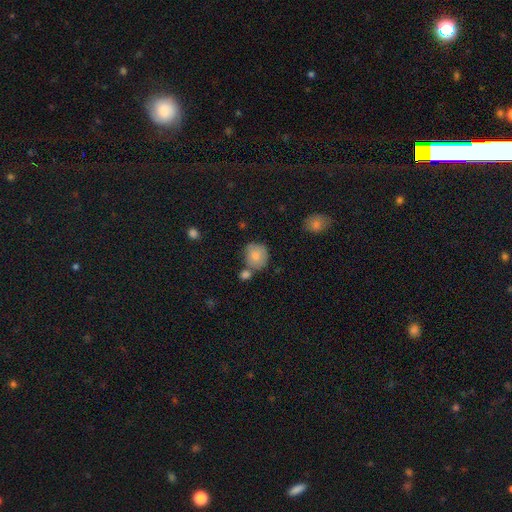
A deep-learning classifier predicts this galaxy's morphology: A smooth galaxy with no disk features (81%) that is round (79%). Merging: none (57%).